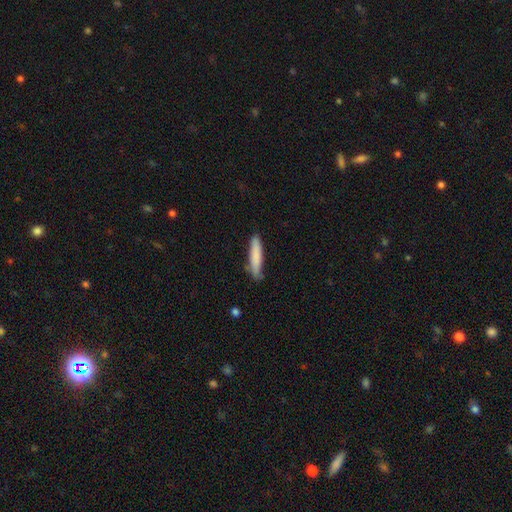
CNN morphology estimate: smooth 81%, featured or disk 14%, star or artifact 6%. Down the decision tree: how rounded — cigar-shaped (87%); merging — none (78%).